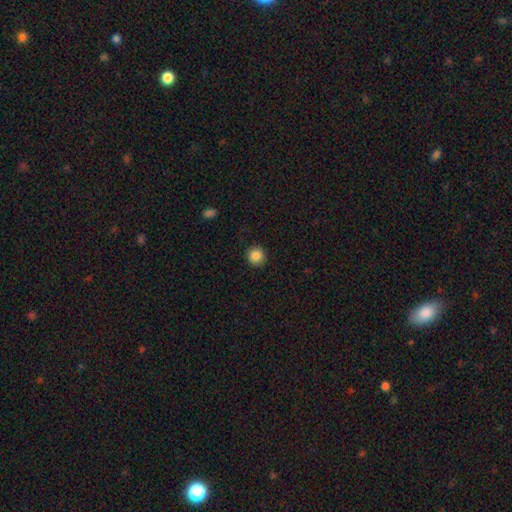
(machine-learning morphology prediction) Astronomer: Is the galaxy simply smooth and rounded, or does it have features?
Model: smooth — 86%.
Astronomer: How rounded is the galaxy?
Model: round — 93%.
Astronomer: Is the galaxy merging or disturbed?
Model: none — 91%.